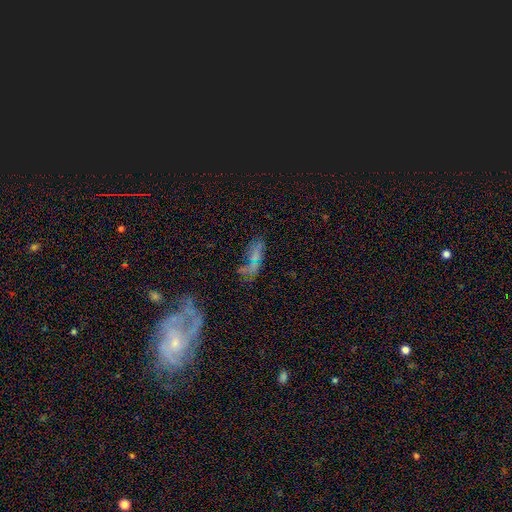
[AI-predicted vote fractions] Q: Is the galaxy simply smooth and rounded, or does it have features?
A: smooth — 41%.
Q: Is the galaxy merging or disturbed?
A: none — 44%.